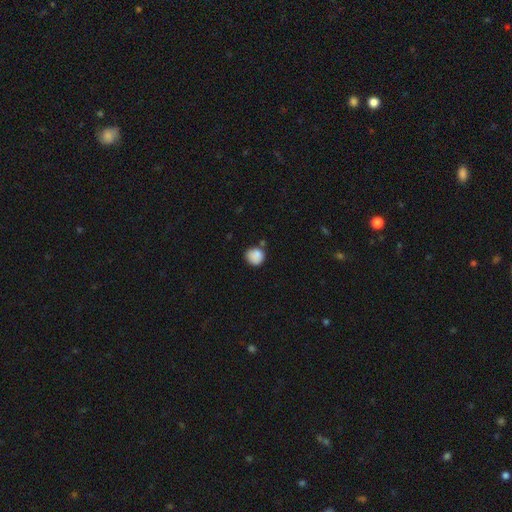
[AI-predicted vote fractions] Q: Smooth or featured?
A: smooth (87%); runner-up: star or artifact (9%)
Q: How rounded?
A: round (87%); runner-up: in between (12%)
Q: Merging?
A: none (68%); runner-up: minor disturbance (19%)